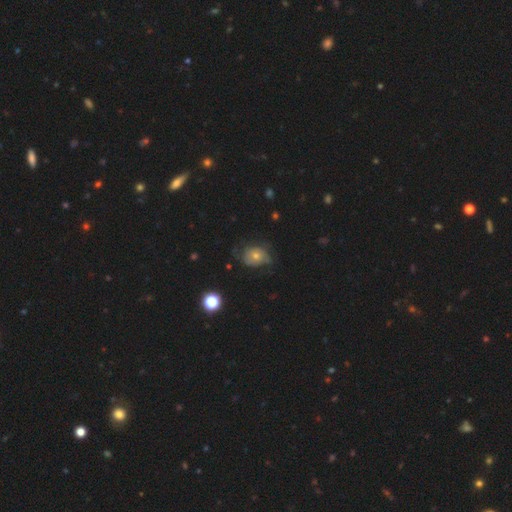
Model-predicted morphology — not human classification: type=smooth (50%); roundness=round (50%); merging=none (45%).